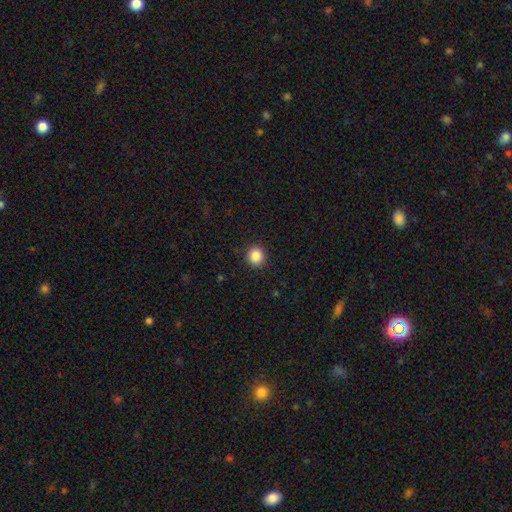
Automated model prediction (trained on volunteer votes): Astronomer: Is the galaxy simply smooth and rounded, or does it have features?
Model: smooth — 86%.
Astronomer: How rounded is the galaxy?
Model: round — 92%.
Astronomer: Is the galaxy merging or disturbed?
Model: none — 91%.